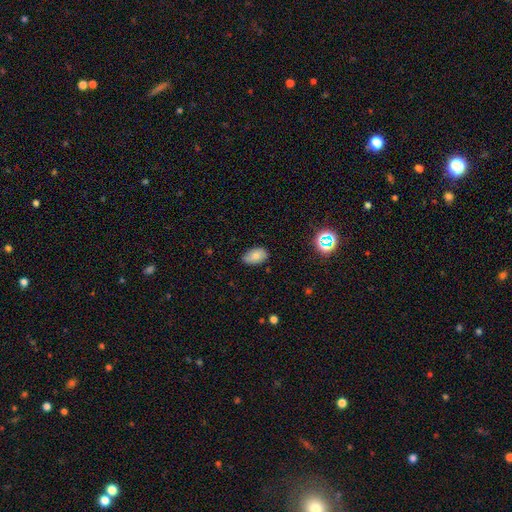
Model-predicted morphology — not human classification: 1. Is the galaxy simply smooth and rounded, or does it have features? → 81% smooth, 10% star or artifact, 9% featured or disk.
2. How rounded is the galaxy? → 93% in between, 6% round, 2% cigar-shaped.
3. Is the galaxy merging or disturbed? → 76% none, 20% minor disturbance, 3% major disturbance, 1% merger.